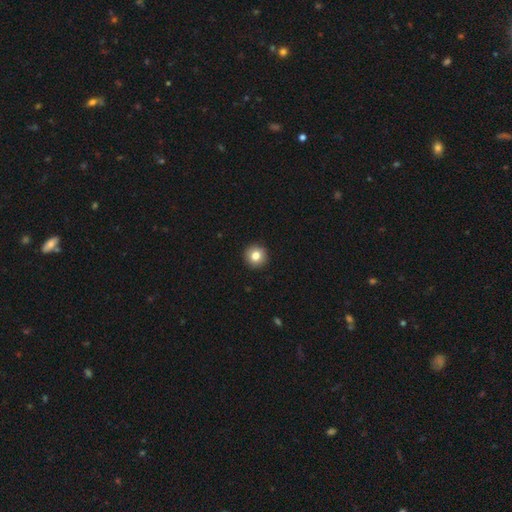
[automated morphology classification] Smooth or featured?
  - smooth: 83% *
  - star or artifact: 10%
  - featured or disk: 8%
How rounded?
  - round: 94% *
  - in between: 5%
  - cigar-shaped: 1%
Merging?
  - none: 93% *
  - minor disturbance: 5%
  - major disturbance: 1%
  - merger: 1%